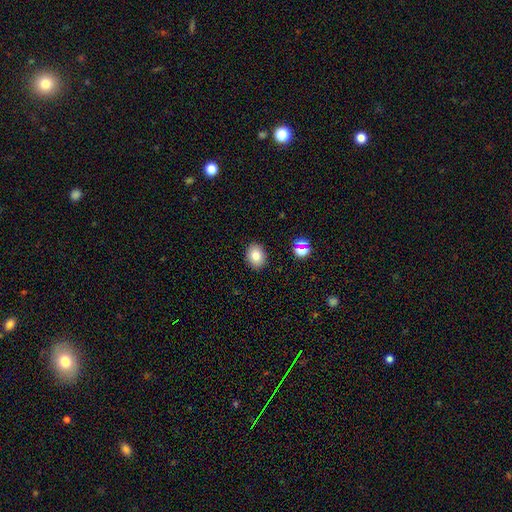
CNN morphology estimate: Smooth or featured: smooth — 80% (star or artifact — 11%)
How rounded: in between — 60% (round — 39%)
Merging: none — 89% (minor disturbance — 8%)